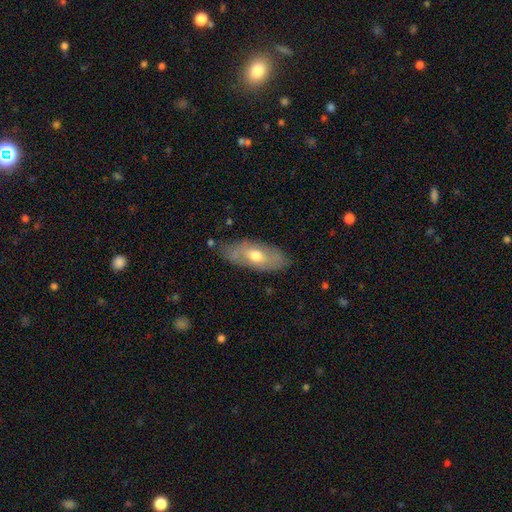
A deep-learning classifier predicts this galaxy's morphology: Smooth or featured?
  - smooth: 56% *
  - featured or disk: 38%
  - star or artifact: 6%
How rounded?
  - in between: 82% *
  - cigar-shaped: 15%
  - round: 3%
Merging?
  - none: 73% *
  - minor disturbance: 20%
  - major disturbance: 5%
  - merger: 2%